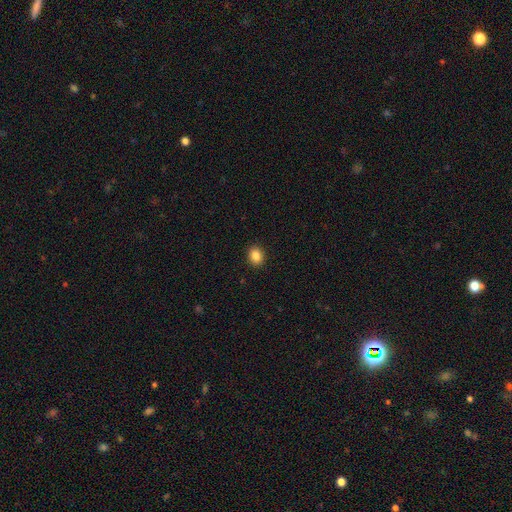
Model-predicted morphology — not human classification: A smooth galaxy with no disk features (87%) that is in between round and cigar-shaped (50%).

Vote fractions:
- Smooth or featured? smooth: 87% / star or artifact: 10% / featured or disk: 4%
- How rounded? in between: 50% / round: 49% / cigar-shaped: 1%
- Merging? none: 91% / minor disturbance: 6% / major disturbance: 2% / merger: 1%